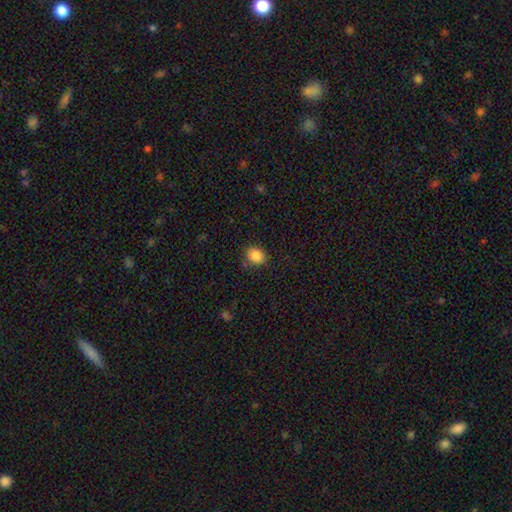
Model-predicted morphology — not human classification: Smooth or featured? smooth (87%)
How rounded? round (50%)
Merging? none (80%)